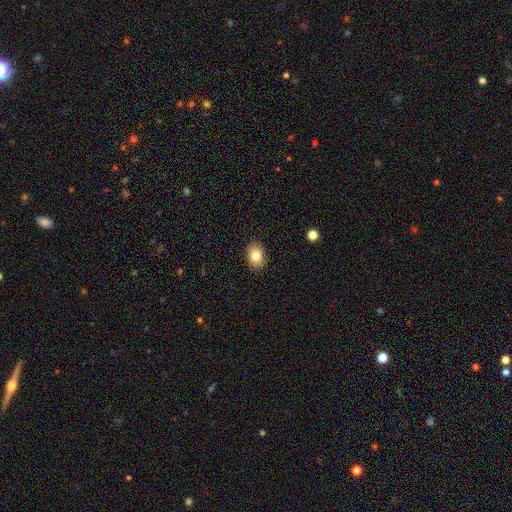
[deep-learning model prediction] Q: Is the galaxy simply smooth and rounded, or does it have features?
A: smooth — 80%.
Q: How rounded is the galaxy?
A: in between — 81%.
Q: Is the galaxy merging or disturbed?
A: none — 88%.